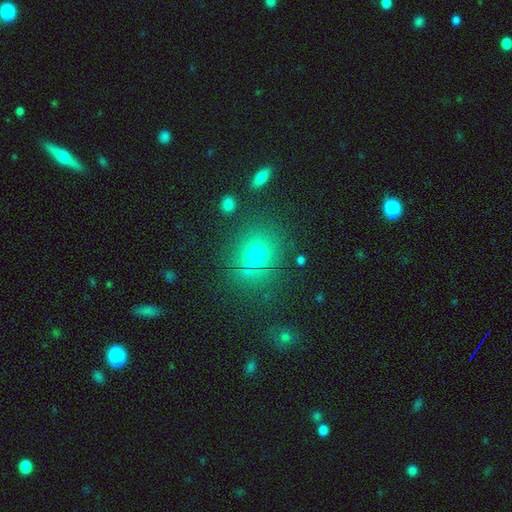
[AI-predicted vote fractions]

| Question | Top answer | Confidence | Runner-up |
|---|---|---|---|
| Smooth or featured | smooth | 68% | star or artifact (21%) |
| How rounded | round | 81% | in between (18%) |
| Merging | none | 77% | minor disturbance (12%) |